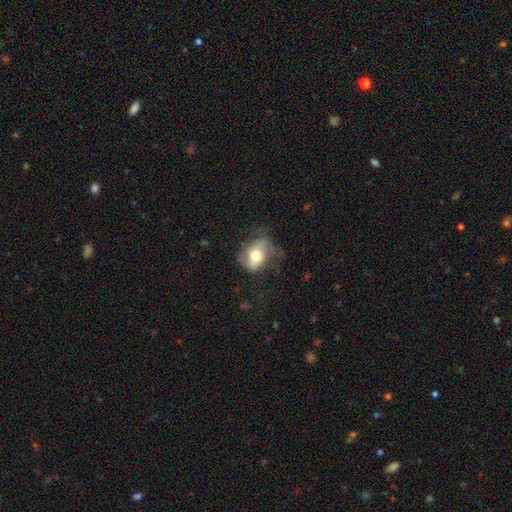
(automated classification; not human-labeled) Morphology: type=smooth (60%); roundness=in between (72%); merging=none (43%).